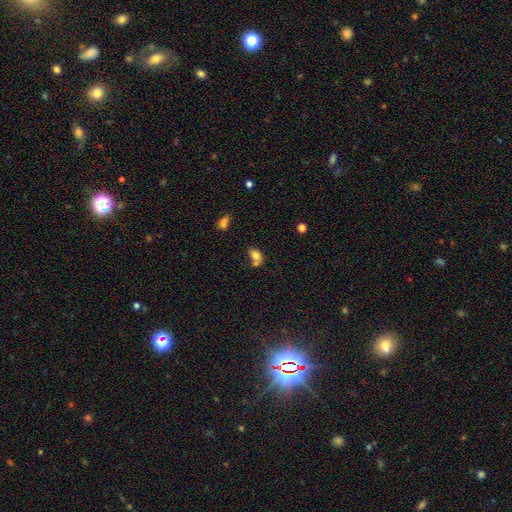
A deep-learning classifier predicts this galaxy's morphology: This is likely a smooth galaxy (78%). How rounded: likely in between (76%). Merging: marginally none (40%, tied with merger).